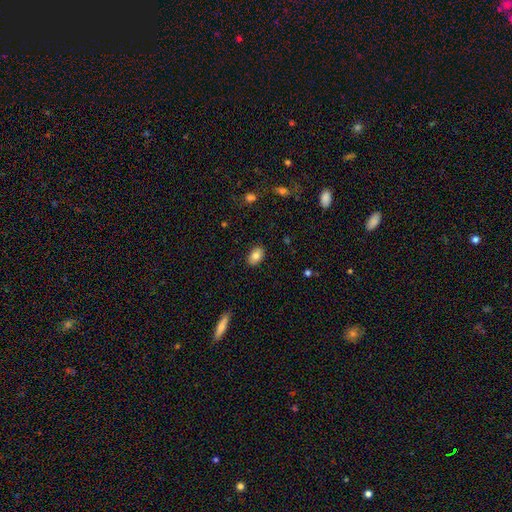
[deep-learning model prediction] Smooth or featured: smooth — 80% (featured or disk — 12%)
How rounded: in between — 85% (round — 13%)
Merging: none — 87% (minor disturbance — 10%)